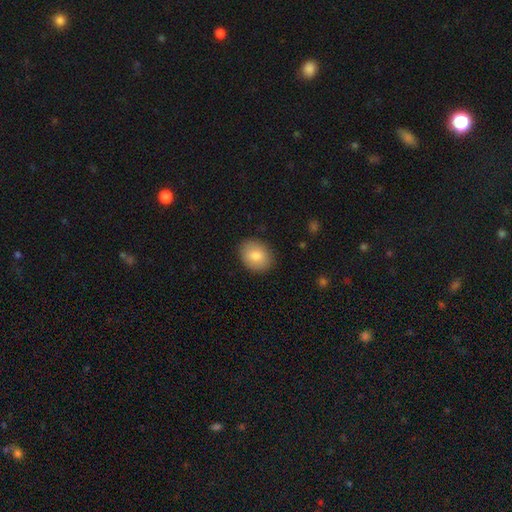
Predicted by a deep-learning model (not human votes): The model was most divided on "how rounded": in between: 52%, round: 47%, cigar-shaped: 1%. More confident: merging — none (88%); smooth or featured — smooth (84%).